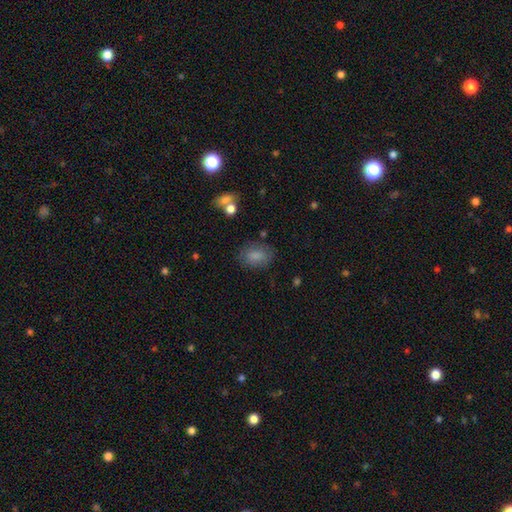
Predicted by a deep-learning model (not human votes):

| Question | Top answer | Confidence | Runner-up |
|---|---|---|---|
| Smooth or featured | smooth | 81% | featured or disk (10%) |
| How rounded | in between | 76% | round (23%) |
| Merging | none | 74% | minor disturbance (17%) |